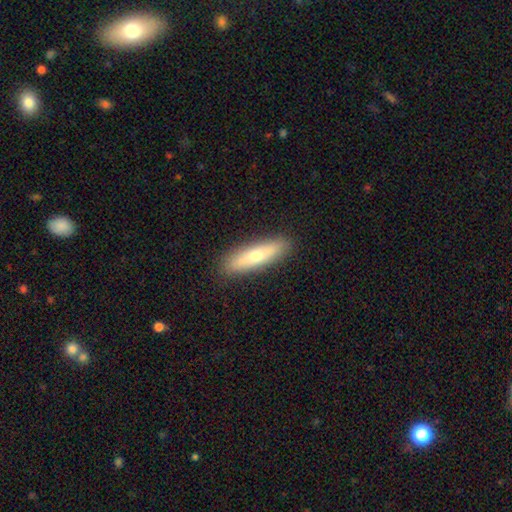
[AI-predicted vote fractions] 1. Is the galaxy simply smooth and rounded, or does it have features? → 57% smooth, 36% featured or disk, 7% star or artifact.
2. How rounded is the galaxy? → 72% cigar-shaped, 26% in between, 2% round.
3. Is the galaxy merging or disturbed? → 90% none, 7% minor disturbance, 2% major disturbance, 1% merger.